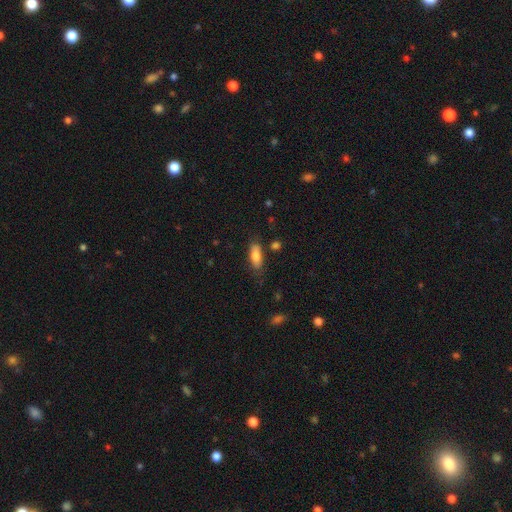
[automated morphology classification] Smooth or featured? Predicted: smooth (p=0.80). How rounded? Predicted: in between (p=0.68). Merging? Predicted: none (p=0.74).